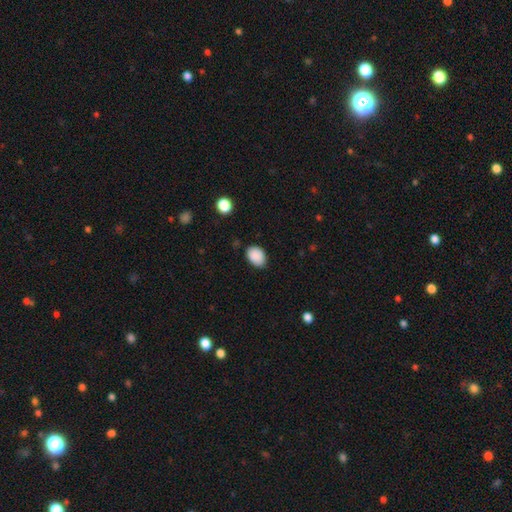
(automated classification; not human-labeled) smooth-or-featured: smooth: 89% | star or artifact: 8% | featured or disk: 3%
  how-rounded: in between: 78% | round: 21% | cigar-shaped: 1%
  merging: none: 81% | minor disturbance: 15% | major disturbance: 3% | merger: 1%